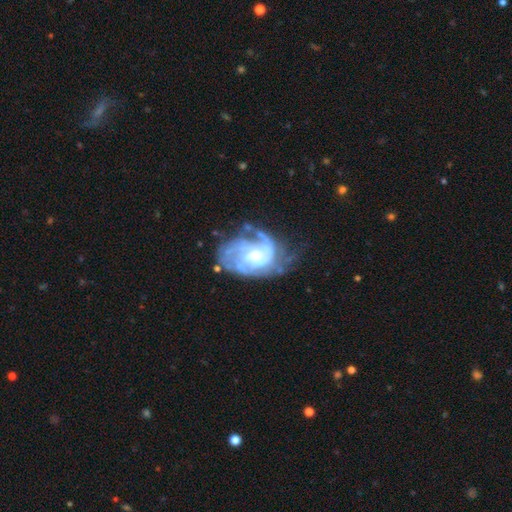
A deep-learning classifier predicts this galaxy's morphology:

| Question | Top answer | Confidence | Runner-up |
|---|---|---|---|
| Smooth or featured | featured or disk | 86% | smooth (8%) |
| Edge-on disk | no | 98% | yes (2%) |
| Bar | no | 56% | weak (36%) |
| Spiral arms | yes | 91% | no (9%) |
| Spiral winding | tight | 54% | medium (35%) |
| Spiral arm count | can't tell | 37% | 2 (24%) |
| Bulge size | moderate | 44% | small (42%) |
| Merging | none | 45% | minor disturbance (26%) |